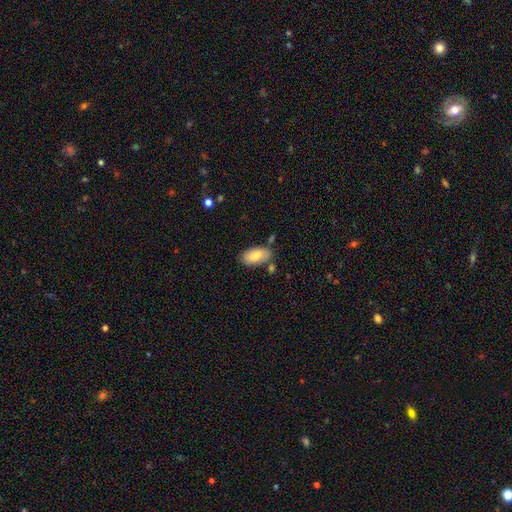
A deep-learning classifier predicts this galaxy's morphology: Overall: smooth (79%). How rounded: in between (94%). Merging: none (71%).